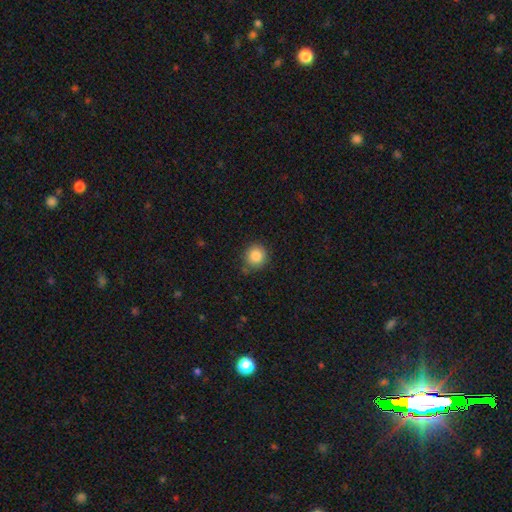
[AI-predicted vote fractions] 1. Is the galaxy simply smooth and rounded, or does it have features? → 87% smooth, 9% star or artifact, 4% featured or disk.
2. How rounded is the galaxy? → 90% round, 9% in between, 1% cigar-shaped.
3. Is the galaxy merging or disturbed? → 77% none, 17% minor disturbance, 4% major disturbance, 3% merger.